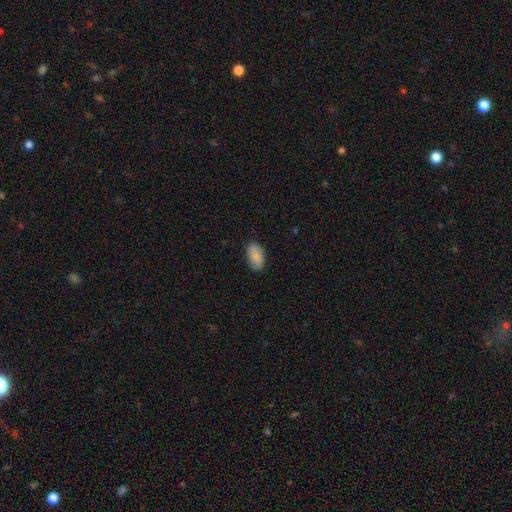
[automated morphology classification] Overall: smooth (83%). How rounded: in between (94%). Merging: none (84%).